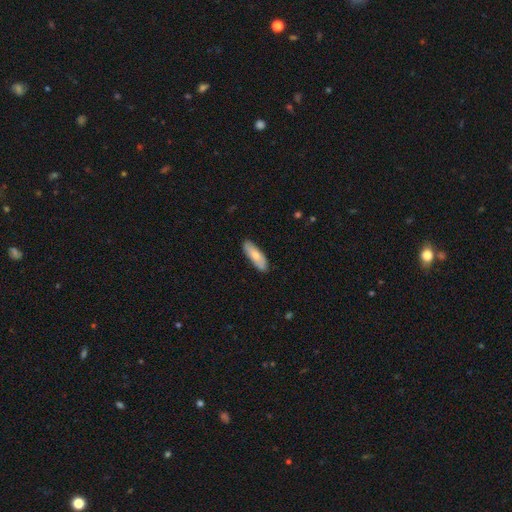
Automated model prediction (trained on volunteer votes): Overall: smooth (74%). How rounded: in between (54%; cigar-shaped 44%). Merging: none (86%).